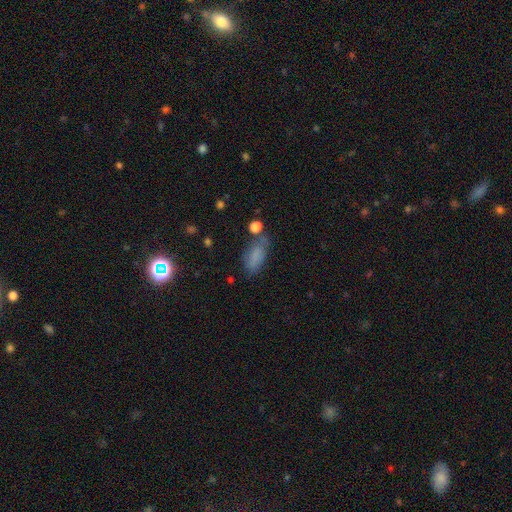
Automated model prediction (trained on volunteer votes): smooth_or_featured: smooth (p=0.73) [alt: star or artifact p=0.15]
how_rounded: in between (p=0.82) [alt: cigar-shaped p=0.14]
merging: none (p=0.55) [alt: minor disturbance p=0.24]